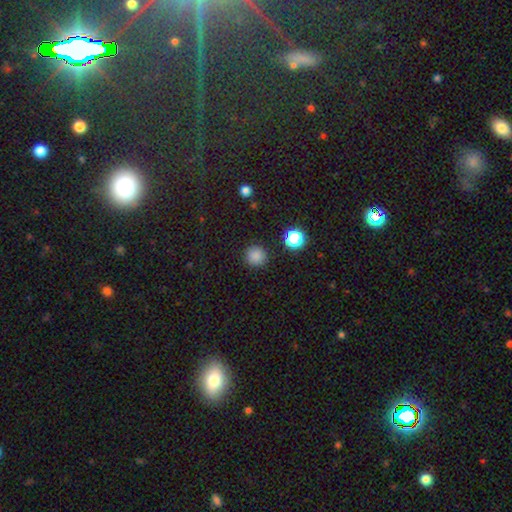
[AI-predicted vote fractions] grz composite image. It shows a smooth galaxy with no disk features (83%) that is round (94%). Merging: none (90%).